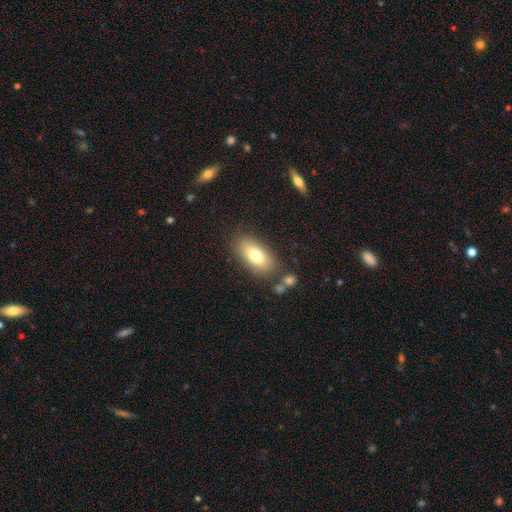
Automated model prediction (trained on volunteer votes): smooth-or-featured: smooth: 74% | featured or disk: 18% | star or artifact: 8%
  how-rounded: in between: 87% | cigar-shaped: 8% | round: 4%
  merging: none: 79% | minor disturbance: 12% | merger: 5% | major disturbance: 4%